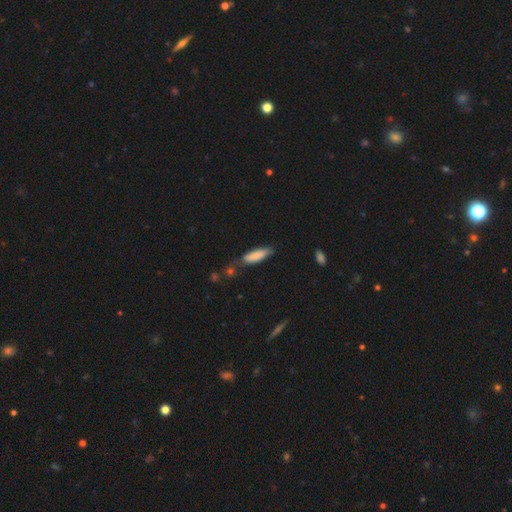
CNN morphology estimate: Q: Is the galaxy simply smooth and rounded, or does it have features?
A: smooth — 82%.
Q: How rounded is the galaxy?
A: cigar-shaped — 55%.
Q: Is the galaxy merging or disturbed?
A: none — 62%.